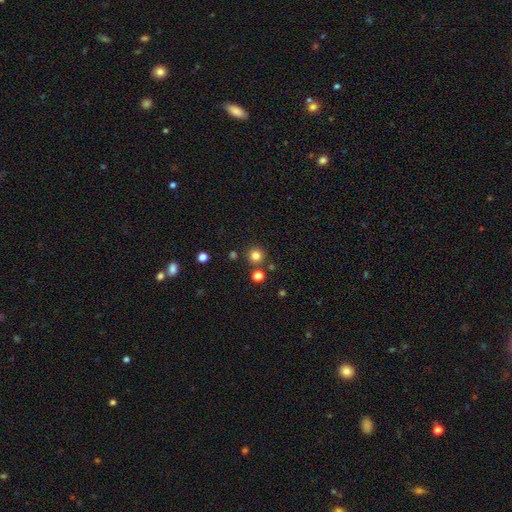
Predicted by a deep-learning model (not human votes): A smooth galaxy with no disk features (81%) that is round (95%).

Vote fractions:
- Smooth or featured? smooth: 81% / star or artifact: 14% / featured or disk: 5%
- How rounded? round: 95% / in between: 4% / cigar-shaped: 1%
- Merging? none: 85% / merger: 6% / minor disturbance: 6% / major disturbance: 2%